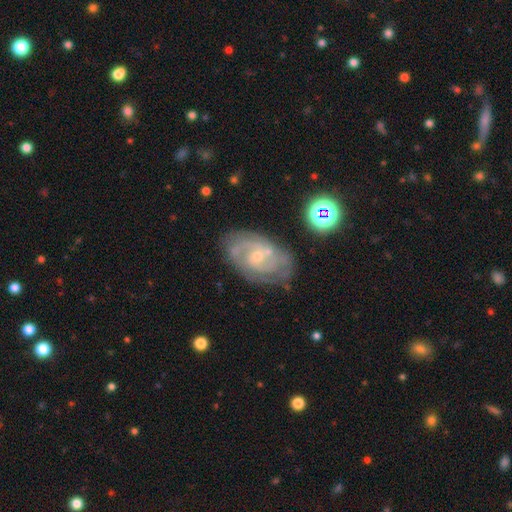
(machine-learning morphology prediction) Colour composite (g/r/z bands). It shows a featured or disk galaxy (83%) with no bar (55%), 2 (50%) tight (54%) spiral arms (93%) and a small central bulge (71%). Merging: none (69%).